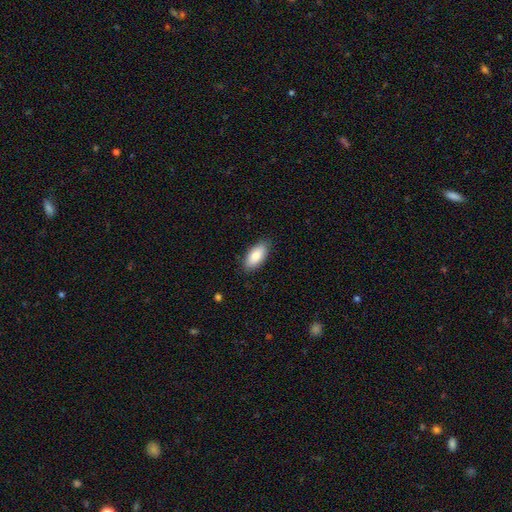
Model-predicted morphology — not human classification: smooth 87%, featured or disk 8%, star or artifact 6%. Down the decision tree: how rounded — in between (91%); merging — none (85%).